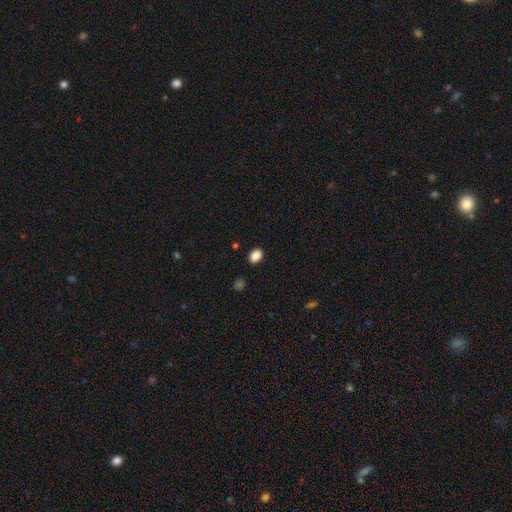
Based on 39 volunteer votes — A smooth galaxy with no disk features (90%) that is in between round and cigar-shaped (74%).

Vote fractions:
- Smooth or featured? smooth: 90% / star or artifact: 8% / featured or disk: 3%
- How rounded? in between: 74% / round: 23% / cigar-shaped: 3%
- Merging? none: 92% / major disturbance: 6% / minor disturbance: 3% / merger: 0%